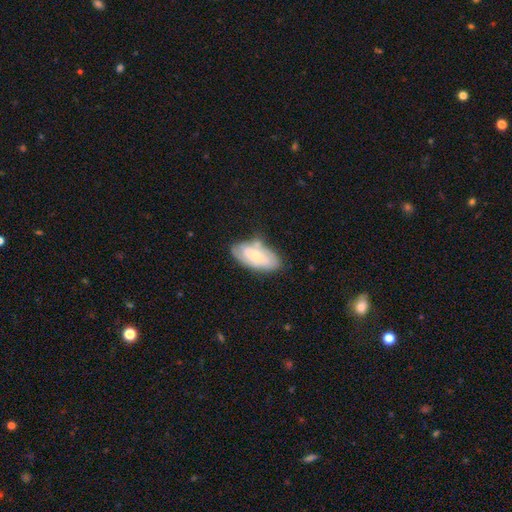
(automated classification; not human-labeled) A featured or disk galaxy (47%, tied with smooth).

Vote fractions:
- Smooth or featured? featured or disk: 47% (tied) / smooth: 47% (tied) / star or artifact: 6%
- Merging? none: 61% / minor disturbance: 26% / major disturbance: 7% / merger: 6%